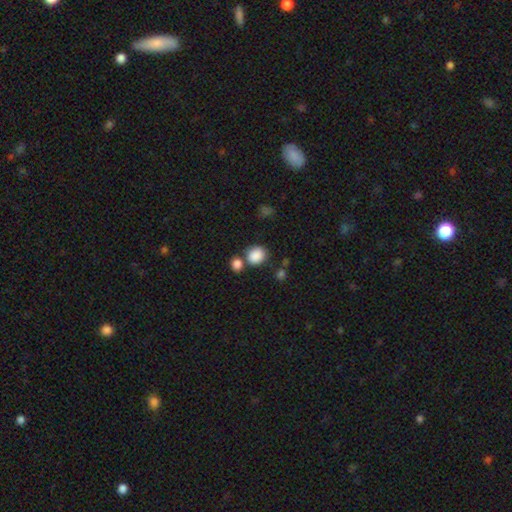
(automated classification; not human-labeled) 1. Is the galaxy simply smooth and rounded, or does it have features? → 87% smooth, 9% star or artifact, 4% featured or disk.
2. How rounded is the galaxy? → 67% round, 32% in between, 1% cigar-shaped.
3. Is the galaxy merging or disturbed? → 63% none, 22% merger, 11% minor disturbance, 4% major disturbance.